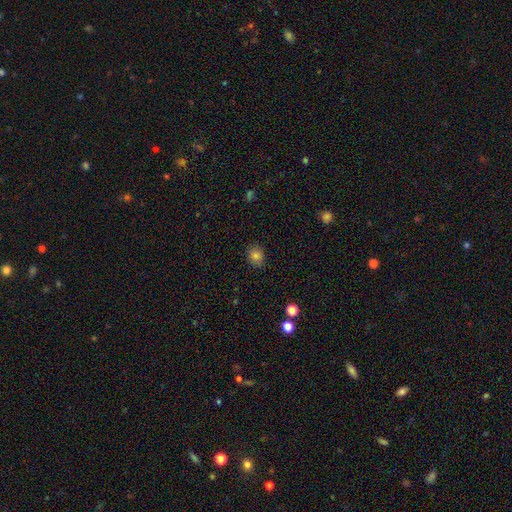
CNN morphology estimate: This is clearly a smooth galaxy (81%). How rounded: likely round (64%). Merging: clearly none (87%).